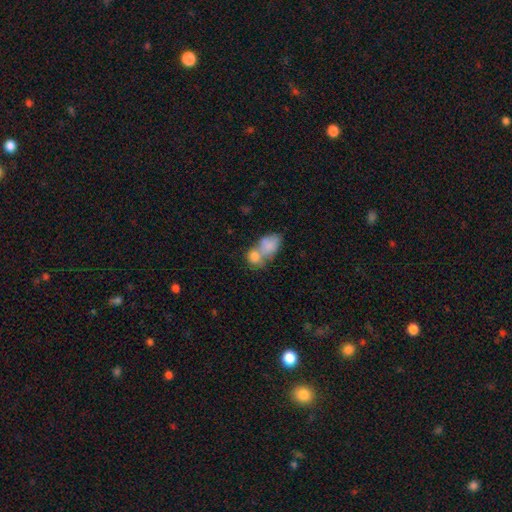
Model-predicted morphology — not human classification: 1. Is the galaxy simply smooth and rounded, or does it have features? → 60% smooth, 20% star or artifact, 20% featured or disk.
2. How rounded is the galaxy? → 57% in between, 38% round, 5% cigar-shaped.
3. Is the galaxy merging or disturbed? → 48% merger, 35% none, 10% minor disturbance, 7% major disturbance.